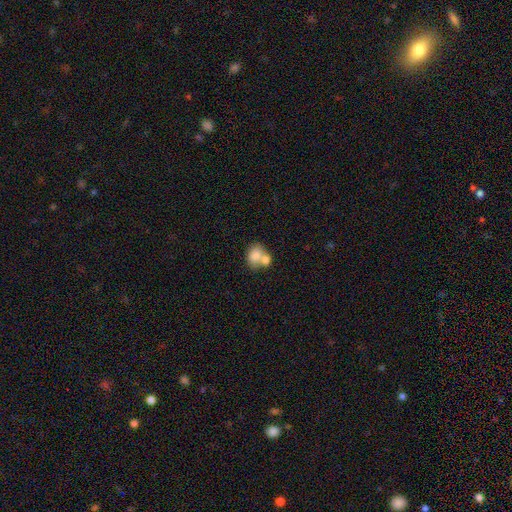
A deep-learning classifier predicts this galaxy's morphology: A smooth galaxy with no disk features (78%) that is in between round and cigar-shaped (53%).

Vote fractions:
- Smooth or featured? smooth: 78% / featured or disk: 13% / star or artifact: 8%
- How rounded? in between: 53% / round: 46% / cigar-shaped: 1%
- Merging? merger: 55% / none: 31% / minor disturbance: 10% / major disturbance: 4%